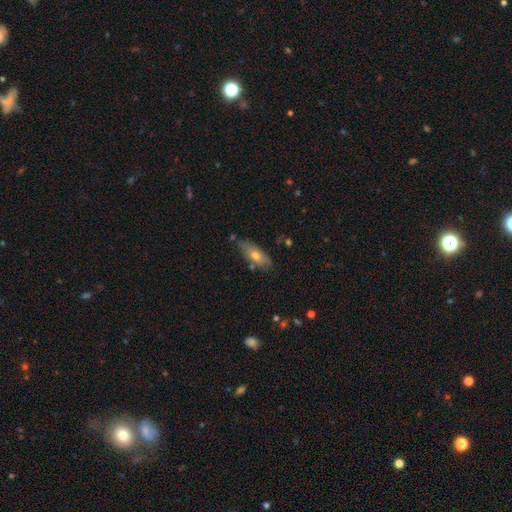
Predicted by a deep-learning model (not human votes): Overall: smooth (62%; featured or disk 30%). How rounded: in between (73%). Merging: none (72%).